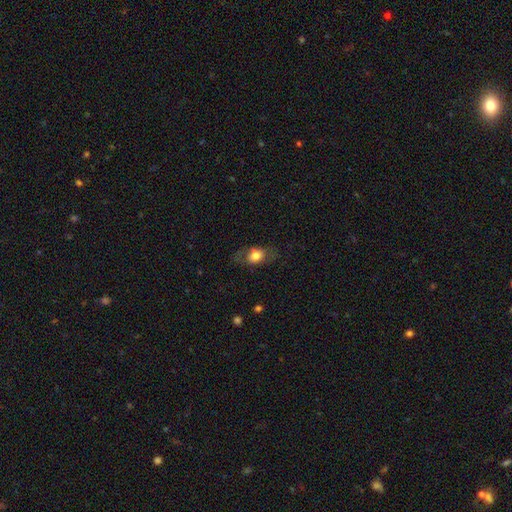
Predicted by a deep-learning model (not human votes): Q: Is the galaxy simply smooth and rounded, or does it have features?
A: smooth — 66%.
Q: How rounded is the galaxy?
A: in between — 75%.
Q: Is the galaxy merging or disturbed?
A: none — 70%.